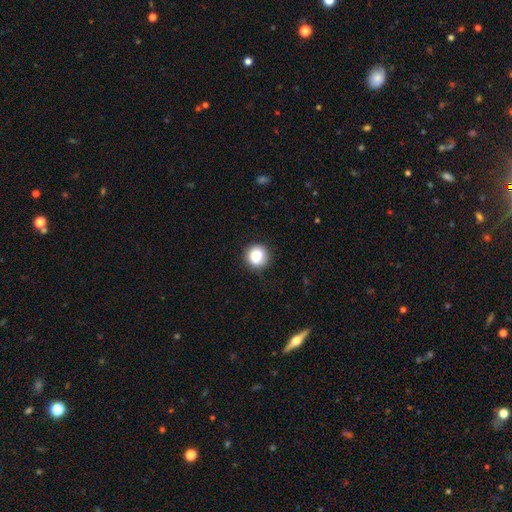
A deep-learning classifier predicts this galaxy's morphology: This appears to be a smooth galaxy with no disk features (84%) that is round (92%). Merging: none (84%).